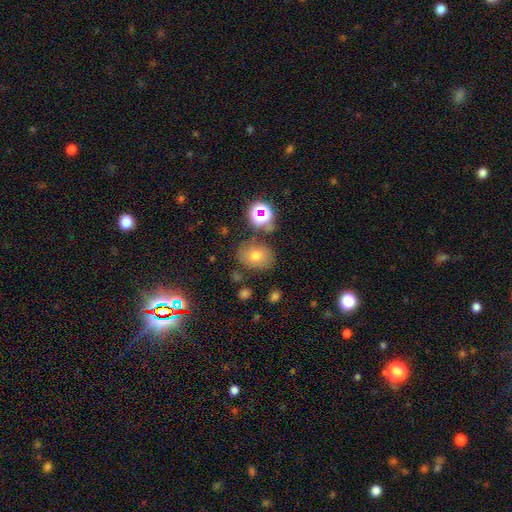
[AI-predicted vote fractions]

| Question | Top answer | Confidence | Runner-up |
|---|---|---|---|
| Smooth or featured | smooth | 63% | star or artifact (20%) |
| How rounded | in between | 61% | round (38%) |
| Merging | none | 76% | minor disturbance (13%) |